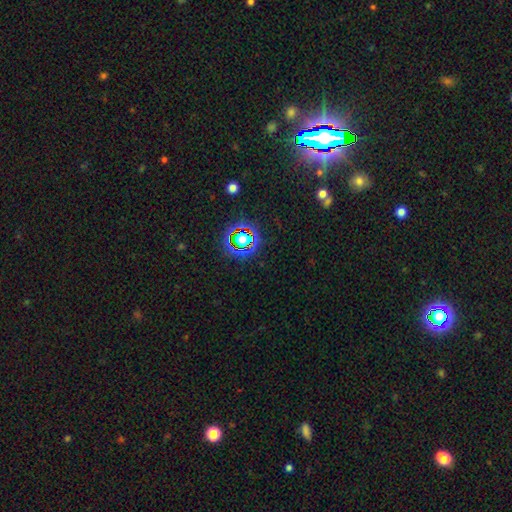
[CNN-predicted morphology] This appears to be a star or artifact, not a galaxy (79%).